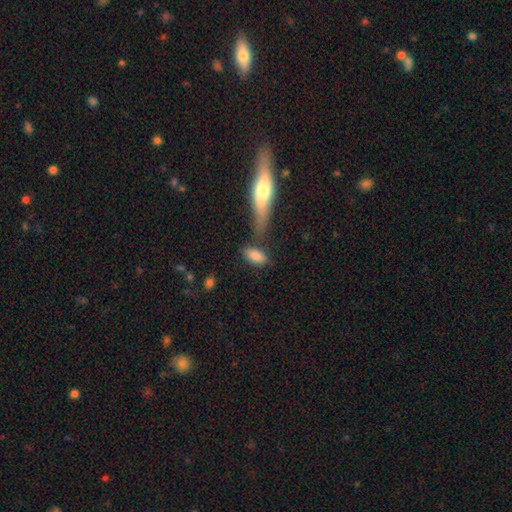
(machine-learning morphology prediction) Q: Smooth or featured?
A: smooth (84%); runner-up: featured or disk (9%)
Q: How rounded?
A: in between (84%); runner-up: cigar-shaped (11%)
Q: Merging?
A: none (63%); runner-up: minor disturbance (16%)